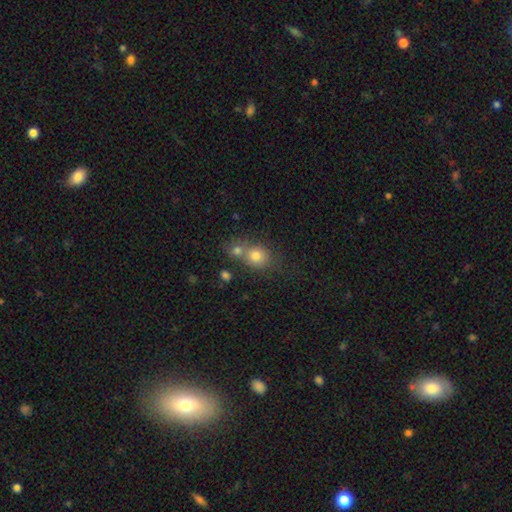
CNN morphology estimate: smooth_or_featured: smooth (p=0.77) [alt: star or artifact p=0.13]
how_rounded: round (p=0.73) [alt: in between p=0.25]
merging: none (p=0.45) [alt: merger p=0.42]